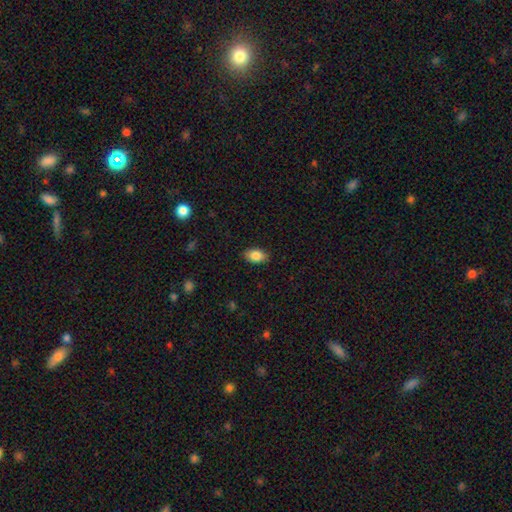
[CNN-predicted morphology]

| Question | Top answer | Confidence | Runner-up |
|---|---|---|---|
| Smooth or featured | smooth | 85% | star or artifact (8%) |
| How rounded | in between | 89% | round (9%) |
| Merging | none | 88% | minor disturbance (9%) |